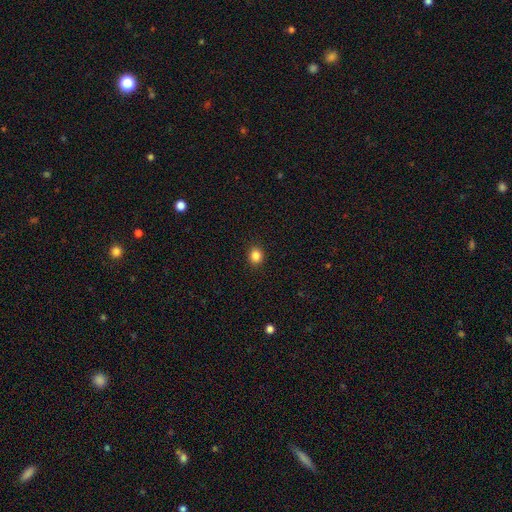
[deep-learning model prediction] Smooth or featured? Predicted: smooth (p=0.85). How rounded? Predicted: round (p=0.79). Merging? Predicted: none (p=0.92).